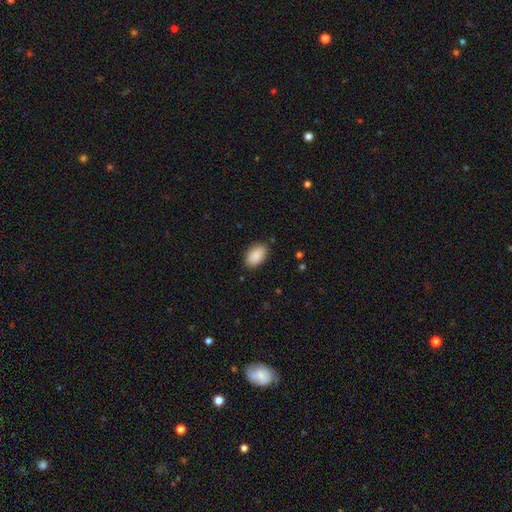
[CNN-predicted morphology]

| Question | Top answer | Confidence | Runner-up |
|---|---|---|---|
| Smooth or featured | smooth | 89% | star or artifact (7%) |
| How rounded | in between | 92% | round (7%) |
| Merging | none | 83% | minor disturbance (13%) |